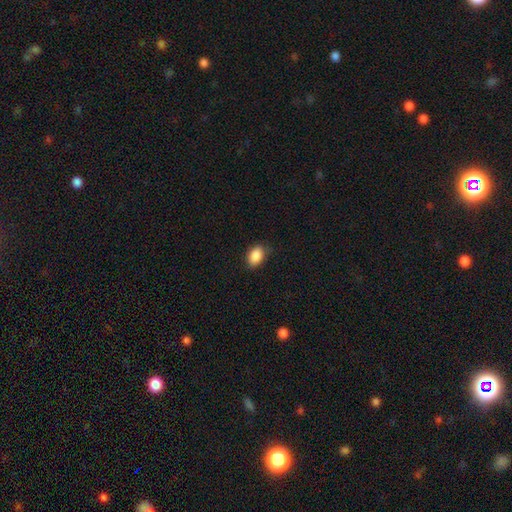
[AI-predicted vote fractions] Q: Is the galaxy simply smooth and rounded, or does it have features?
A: smooth — 89%.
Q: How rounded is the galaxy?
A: in between — 85%.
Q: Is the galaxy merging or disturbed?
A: none — 81%.